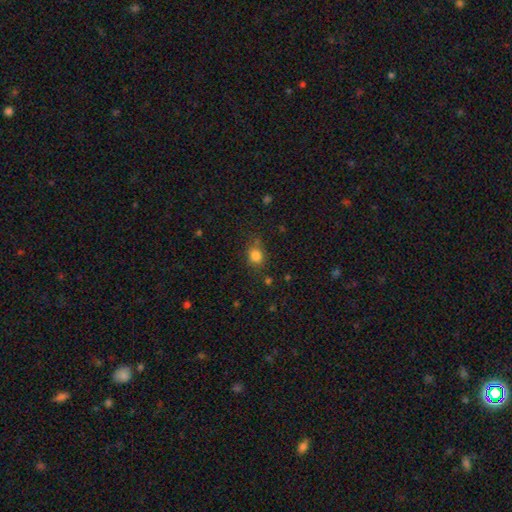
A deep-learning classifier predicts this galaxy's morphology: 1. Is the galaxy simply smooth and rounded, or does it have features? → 81% smooth, 12% star or artifact, 6% featured or disk.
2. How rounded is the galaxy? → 69% round, 30% in between, 1% cigar-shaped.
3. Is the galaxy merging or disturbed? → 69% none, 20% minor disturbance, 6% major disturbance, 5% merger.